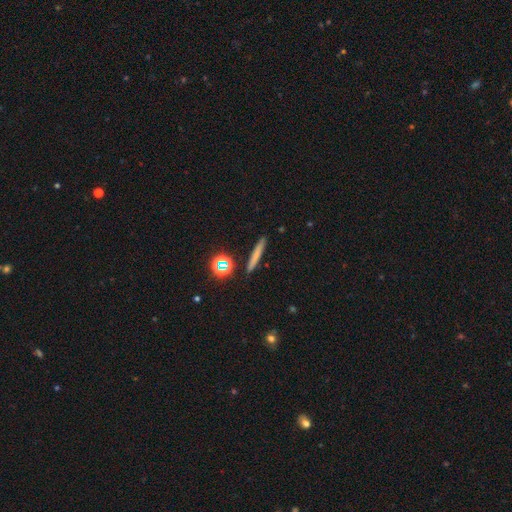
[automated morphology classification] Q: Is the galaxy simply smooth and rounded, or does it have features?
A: smooth — 66%.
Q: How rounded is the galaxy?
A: cigar-shaped — 91%.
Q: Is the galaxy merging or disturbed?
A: none — 90%.